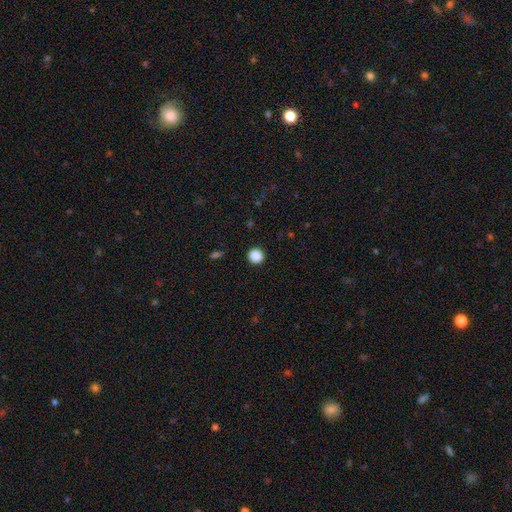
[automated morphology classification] A smooth galaxy with no disk features (88%) that is round (93%). Merging: none (92%).